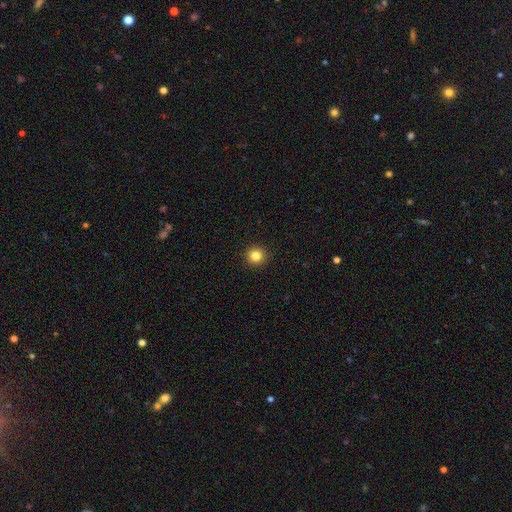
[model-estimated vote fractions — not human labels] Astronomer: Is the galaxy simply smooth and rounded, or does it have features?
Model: smooth — 83%.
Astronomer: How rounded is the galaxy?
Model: round — 95%.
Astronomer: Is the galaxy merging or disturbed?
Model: none — 93%.